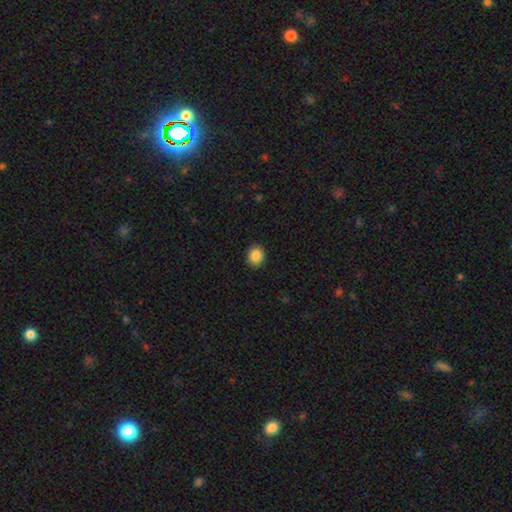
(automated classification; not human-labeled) Smooth or featured? Predicted: smooth (p=0.88). How rounded? Predicted: round (p=0.57). Merging? Predicted: none (p=0.90).